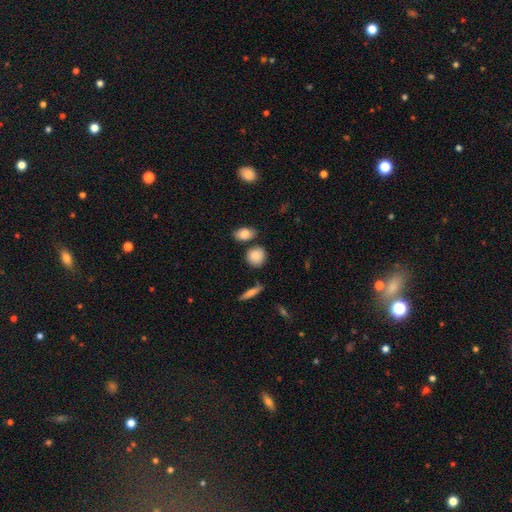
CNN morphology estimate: smooth 85%, star or artifact 8%, featured or disk 7%. Down the decision tree: how rounded — round (69%); merging — none (75%).